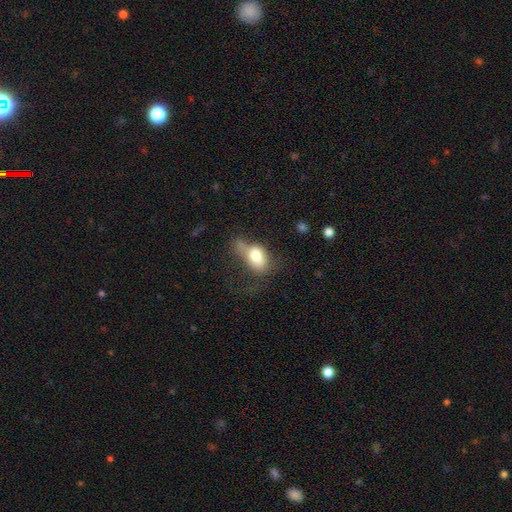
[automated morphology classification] smooth_or_featured: smooth (p=0.72) [alt: featured or disk p=0.19]
how_rounded: in between (p=0.83) [alt: round p=0.13]
merging: major disturbance (p=0.36) [alt: minor disturbance p=0.28]